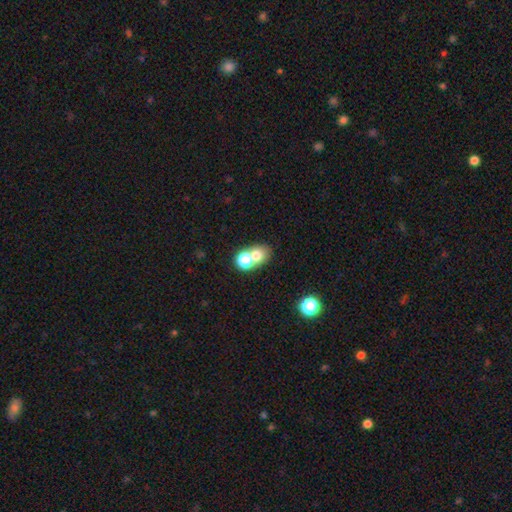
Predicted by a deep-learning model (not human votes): smooth-or-featured: smooth: 70% | featured or disk: 15% | star or artifact: 15%
  how-rounded: round: 60% | in between: 38% | cigar-shaped: 1%
  merging: merger: 51% | none: 39% | minor disturbance: 7% | major disturbance: 3%